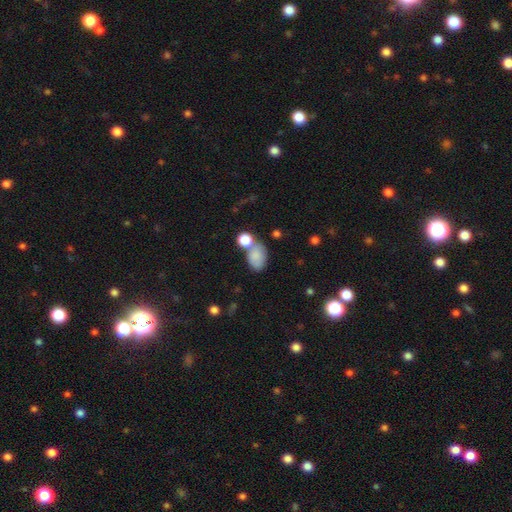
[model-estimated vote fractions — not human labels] Smooth or featured: smooth — 81% (featured or disk — 10%)
How rounded: in between — 83% (round — 16%)
Merging: none — 45% (merger — 29%)